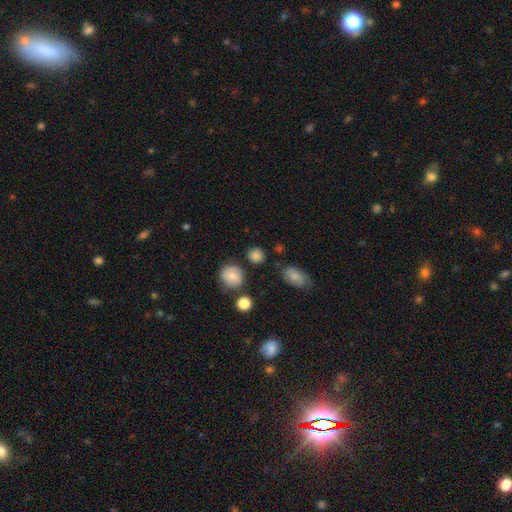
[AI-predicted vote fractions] Smooth or featured? smooth (83%)
How rounded? round (82%)
Merging? none (79%)